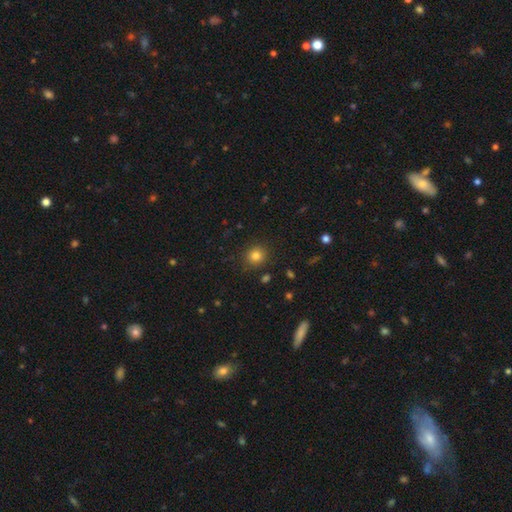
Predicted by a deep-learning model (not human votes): A smooth galaxy with no disk features (82%) that is round (87%).

Vote fractions:
- Smooth or featured? smooth: 82% / star or artifact: 12% / featured or disk: 5%
- How rounded? round: 87% / in between: 12% / cigar-shaped: 1%
- Merging? none: 87% / minor disturbance: 8% / major disturbance: 3% / merger: 2%